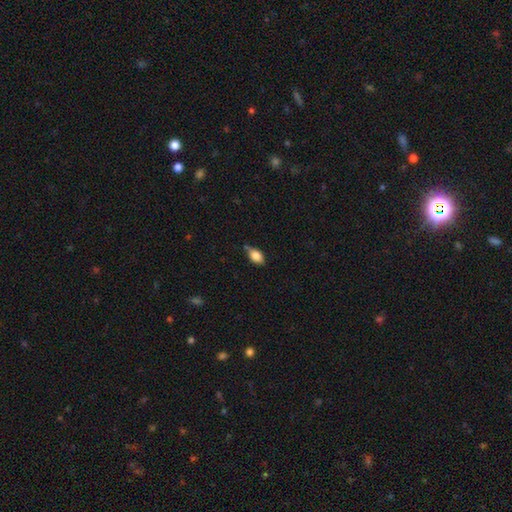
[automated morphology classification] Smooth or featured? smooth (81%)
How rounded? in between (88%)
Merging? none (66%)